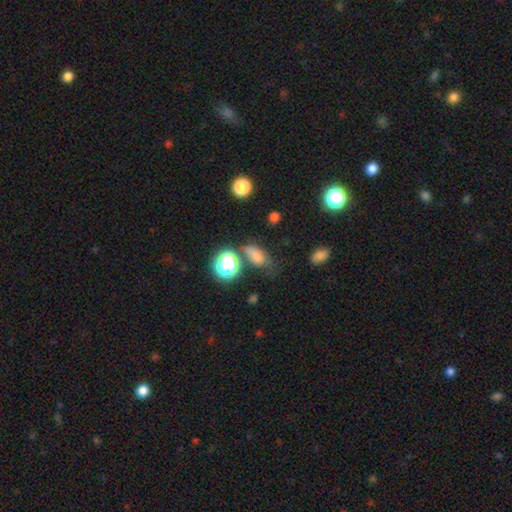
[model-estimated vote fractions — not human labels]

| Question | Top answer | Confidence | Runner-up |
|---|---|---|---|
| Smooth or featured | smooth | 69% | star or artifact (20%) |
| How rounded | in between | 76% | round (19%) |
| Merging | none | 51% | minor disturbance (23%) |